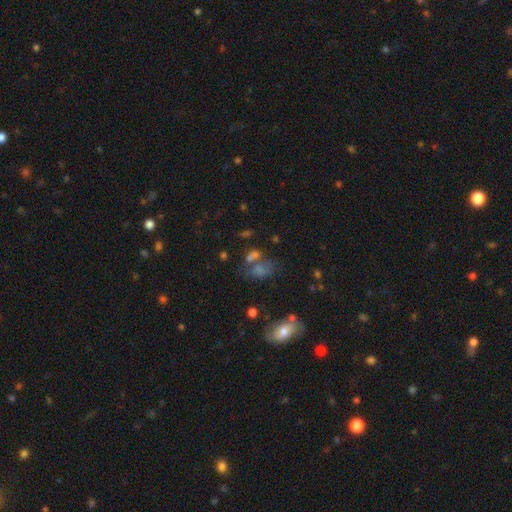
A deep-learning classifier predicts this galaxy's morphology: type=smooth (52%); roundness=in between (69%); merging=none (45%).